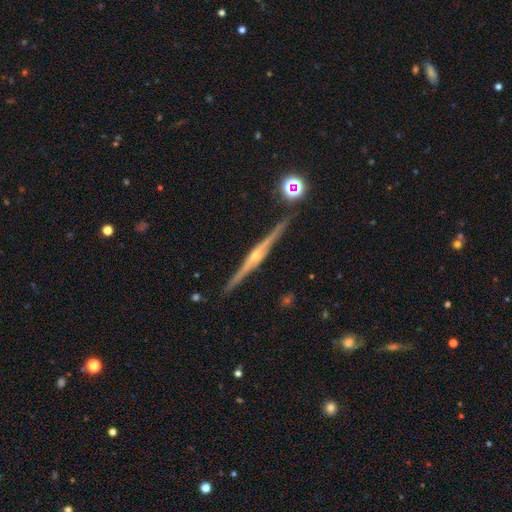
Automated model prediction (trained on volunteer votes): The model was most divided on "edge-on bulge": rounded: 87%, none: 6%, boxy: 6%. More confident: edge-on disk — yes (99%); merging — none (91%); smooth or featured — featured or disk (88%).